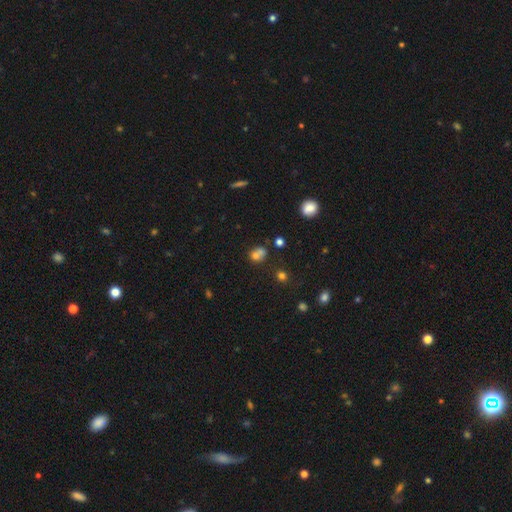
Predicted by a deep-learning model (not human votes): A smooth galaxy with no disk features (70%) that is round (67%). Merging: merger (47%).